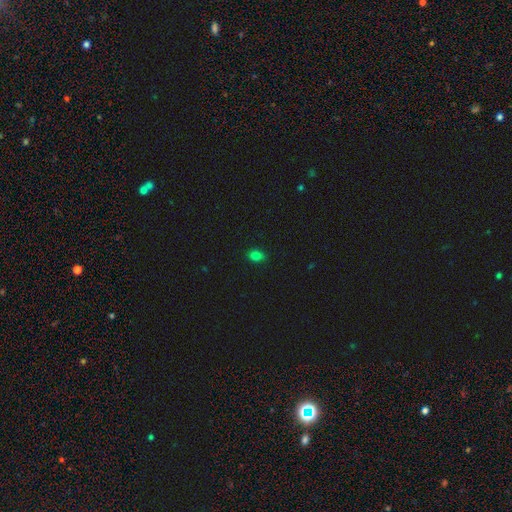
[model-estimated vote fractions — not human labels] Smooth or featured: smooth — 80% (star or artifact — 16%)
How rounded: in between — 66% (round — 33%)
Merging: none — 82% (minor disturbance — 14%)